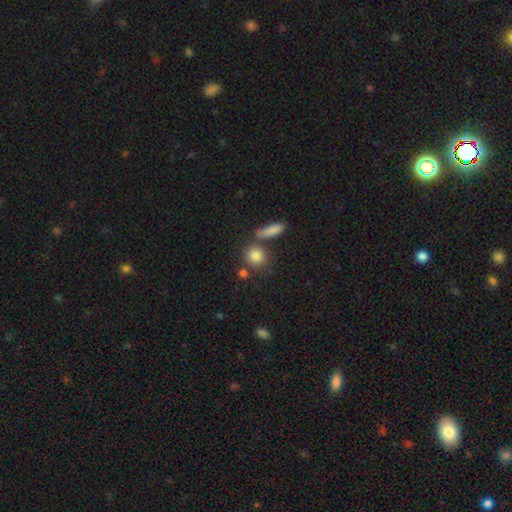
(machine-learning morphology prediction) This appears to be a smooth galaxy with no disk features (82%) that is round (73%). Merging: none (65%).